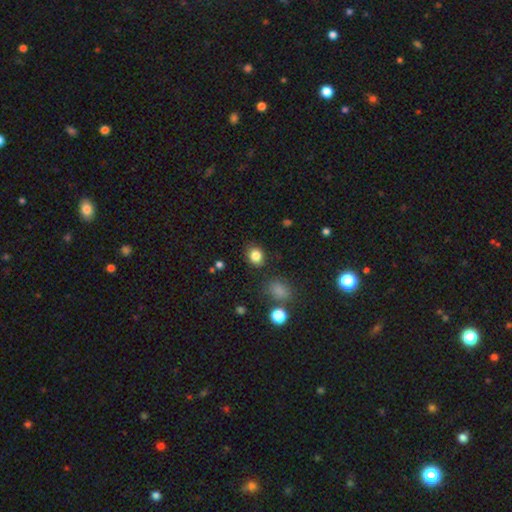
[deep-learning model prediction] This appears to be a smooth galaxy with no disk features (84%) that is round (57%). Merging: none (85%).